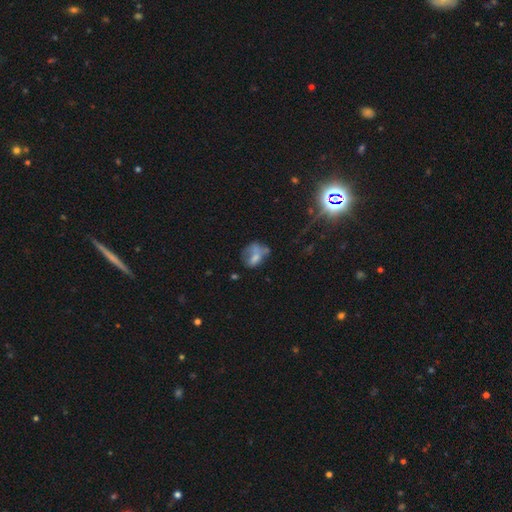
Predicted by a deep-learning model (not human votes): Morphology: type=smooth (54%); roundness=in between (64%); merging=none (31%).